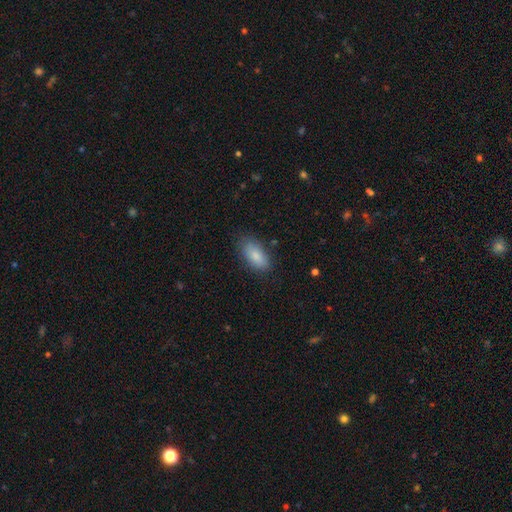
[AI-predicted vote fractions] Morphology: type=smooth (85%); roundness=in between (90%); merging=none (79%).